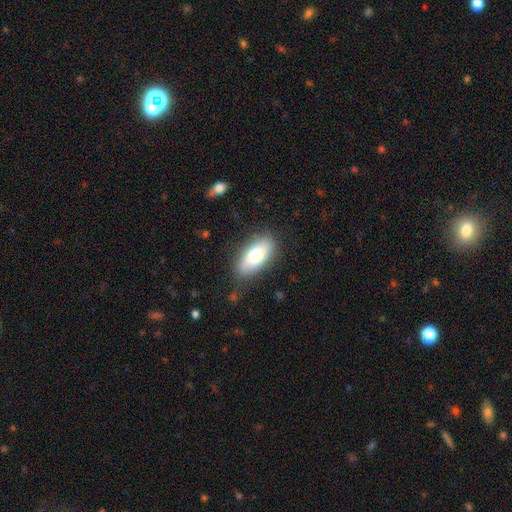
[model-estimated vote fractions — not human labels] This appears to be a smooth galaxy with no disk features (73%) that is in between round and cigar-shaped (88%). Merging: none (77%).